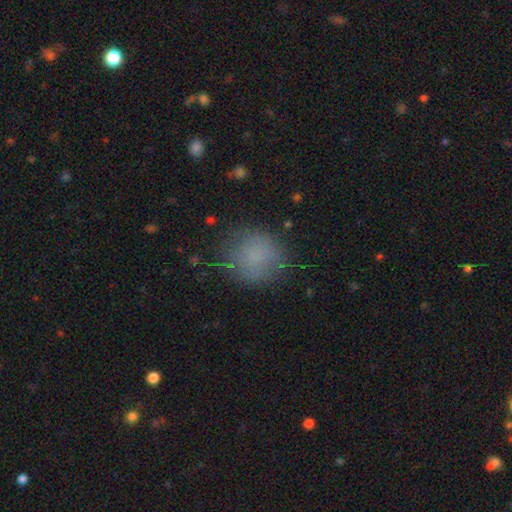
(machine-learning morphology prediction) Smooth or featured? smooth (79%)
How rounded? round (85%)
Merging? none (75%)